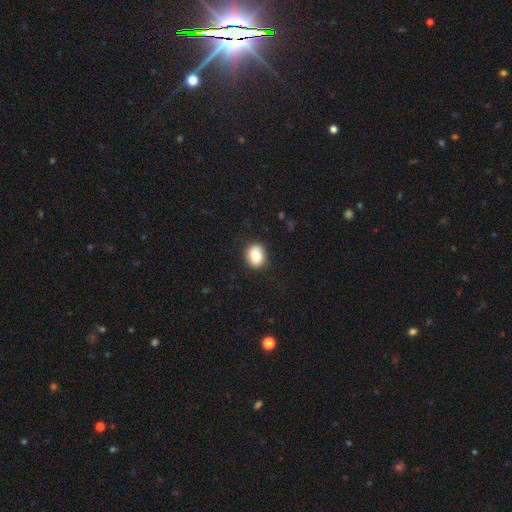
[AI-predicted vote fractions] smooth-or-featured: smooth: 84% | star or artifact: 8% | featured or disk: 8%
  how-rounded: round: 55% | in between: 44% | cigar-shaped: 1%
  merging: none: 84% | minor disturbance: 12% | major disturbance: 3% | merger: 1%